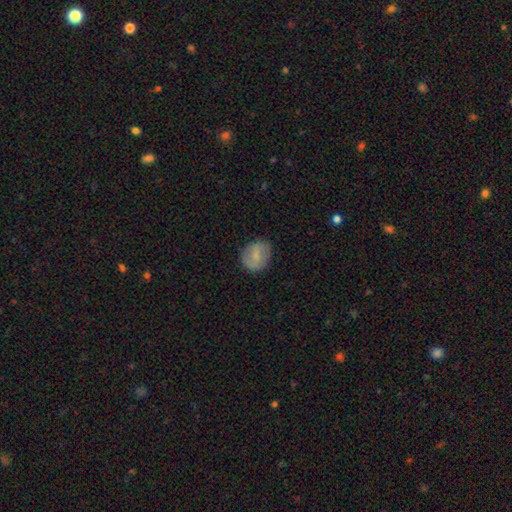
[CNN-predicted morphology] A smooth galaxy with no disk features (69%) that is round (69%). Merging: none (83%).